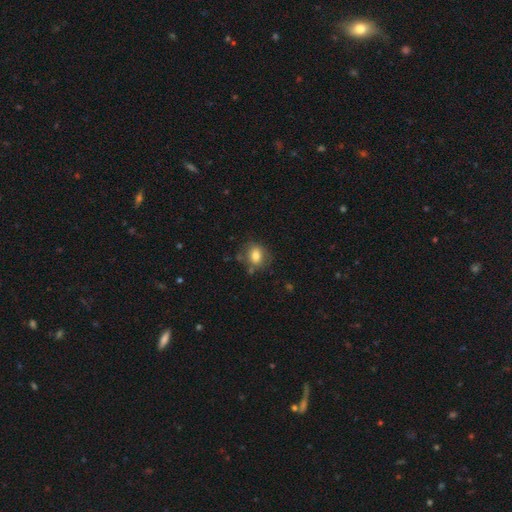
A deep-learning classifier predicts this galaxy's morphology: This is likely a smooth galaxy (76%). How rounded: possibly in between (51%). Merging: likely none (69%).